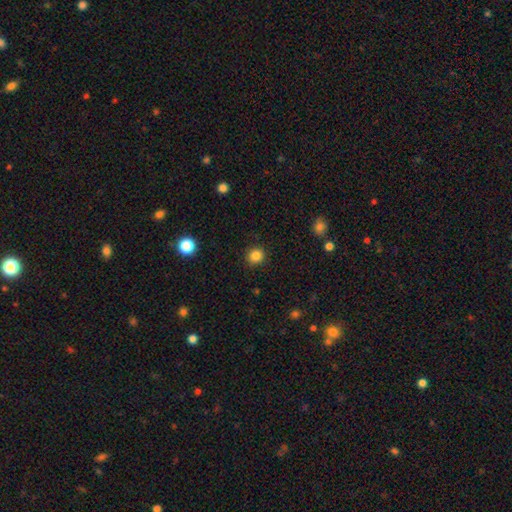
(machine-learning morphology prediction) Overall: smooth (85%). How rounded: round (89%). Merging: none (90%).